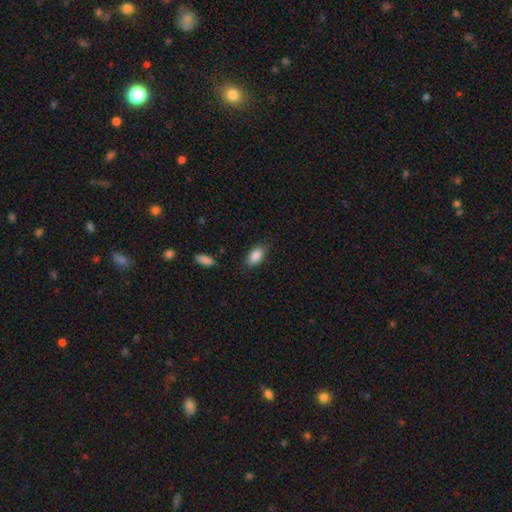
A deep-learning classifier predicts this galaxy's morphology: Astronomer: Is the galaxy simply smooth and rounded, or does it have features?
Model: smooth — 88%.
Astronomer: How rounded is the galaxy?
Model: in between — 91%.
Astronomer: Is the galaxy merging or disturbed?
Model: none — 81%.